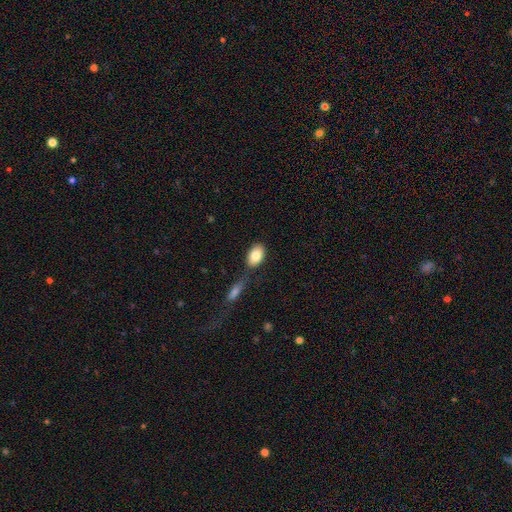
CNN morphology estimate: Smooth or featured: smooth — 82% (featured or disk — 11%)
How rounded: in between — 89% (round — 9%)
Merging: none — 66% (minor disturbance — 15%)